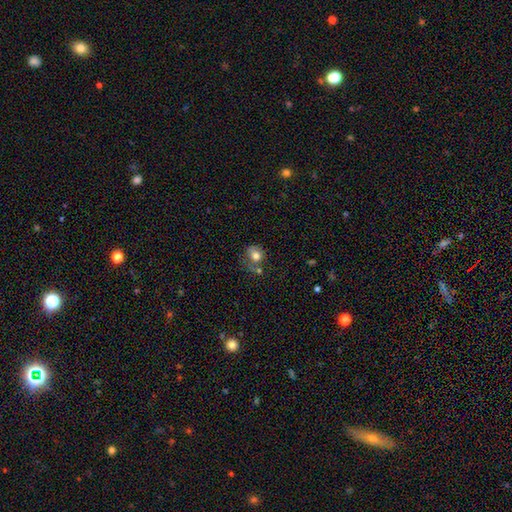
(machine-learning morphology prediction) The model was most divided on "merging": none: 43%, minor disturbance: 25%, merger: 18%, major disturbance: 15%. More confident: smooth or featured — smooth (73%); how rounded — round (67%).